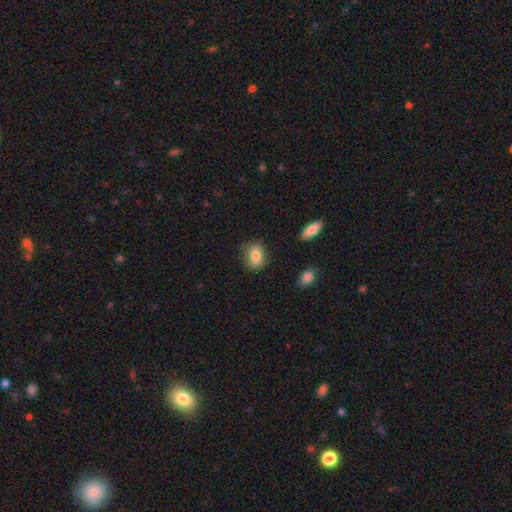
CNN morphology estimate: Smooth or featured? Predicted: smooth (p=0.82). How rounded? Predicted: in between (p=0.69). Merging? Predicted: none (p=0.74).